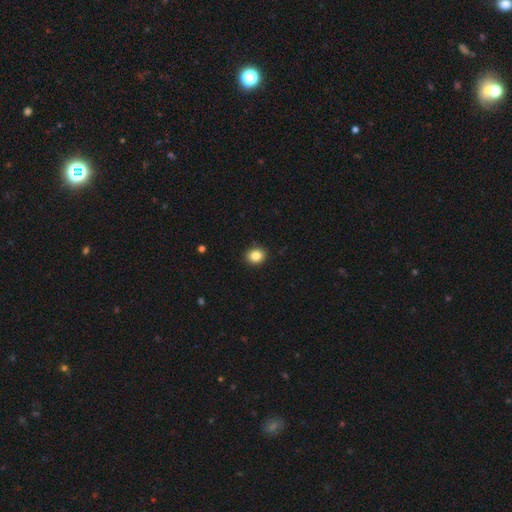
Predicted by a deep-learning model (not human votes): Smooth or featured? smooth (84%)
How rounded? round (65%)
Merging? none (90%)